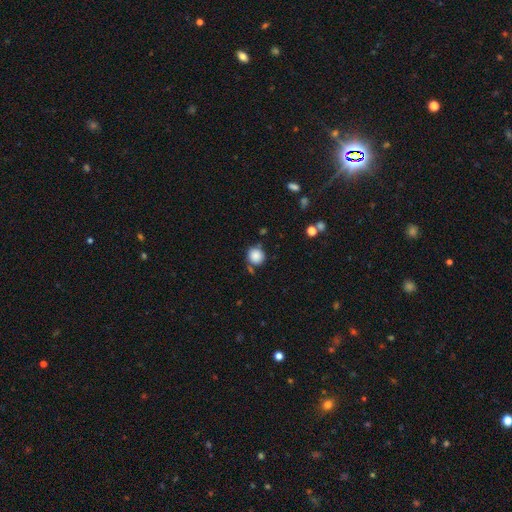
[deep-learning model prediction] smooth-or-featured: smooth: 86% | star or artifact: 9% | featured or disk: 4%
  how-rounded: round: 90% | in between: 9% | cigar-shaped: 1%
  merging: none: 75% | minor disturbance: 14% | merger: 7% | major disturbance: 4%